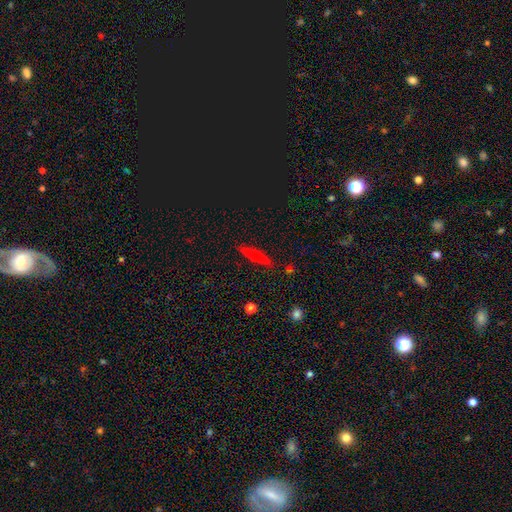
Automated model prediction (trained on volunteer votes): The model was most divided on "smooth or featured": smooth: 62%, featured or disk: 28%, star or artifact: 10%. More confident: how rounded — cigar-shaped (89%); merging — none (86%).